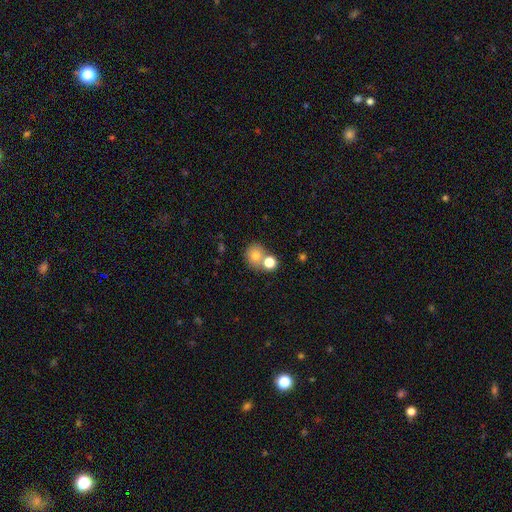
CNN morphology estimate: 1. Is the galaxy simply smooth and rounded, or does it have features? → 78% smooth, 12% star or artifact, 10% featured or disk.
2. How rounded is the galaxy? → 82% round, 17% in between, 1% cigar-shaped.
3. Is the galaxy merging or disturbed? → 53% none, 35% merger, 8% minor disturbance, 3% major disturbance.